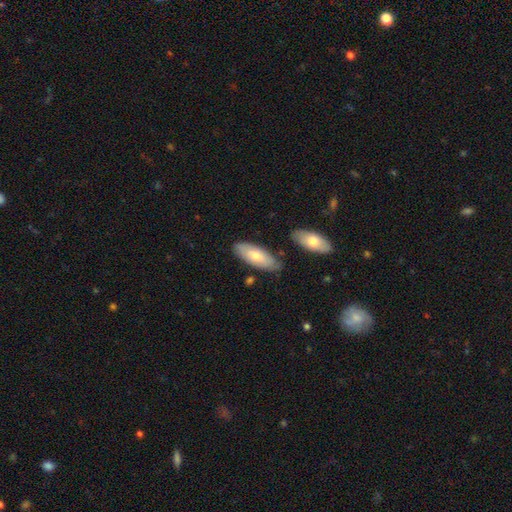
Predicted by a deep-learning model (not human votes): A smooth galaxy with no disk features (67%) that is in between round and cigar-shaped (80%).

Vote fractions:
- Smooth or featured? smooth: 67% / featured or disk: 28% / star or artifact: 5%
- How rounded? in between: 80% / cigar-shaped: 18% / round: 2%
- Merging? none: 78% / minor disturbance: 14% / merger: 5% / major disturbance: 3%